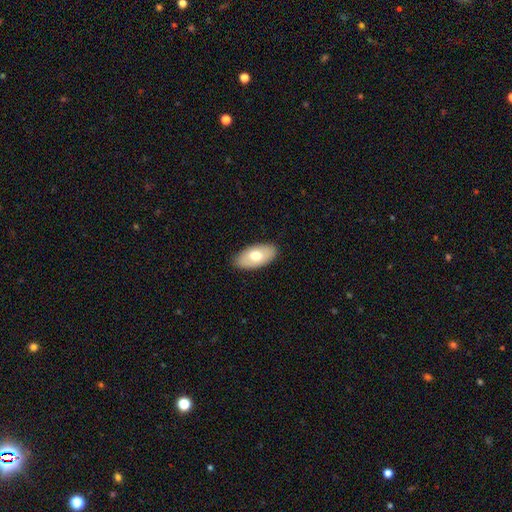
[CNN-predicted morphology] Smooth or featured?
  - smooth: 67% *
  - featured or disk: 27%
  - star or artifact: 6%
How rounded?
  - in between: 94% *
  - round: 3%
  - cigar-shaped: 3%
Merging?
  - none: 86% *
  - minor disturbance: 11%
  - major disturbance: 2%
  - merger: 1%